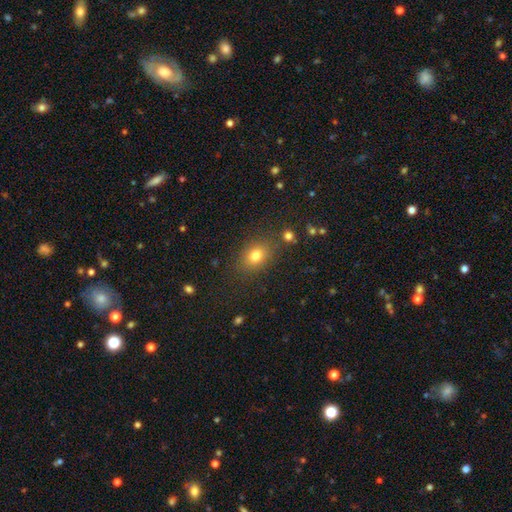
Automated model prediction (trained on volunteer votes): This appears to be a smooth galaxy with no disk features (78%) that is in between round and cigar-shaped (61%). Merging: none (81%).